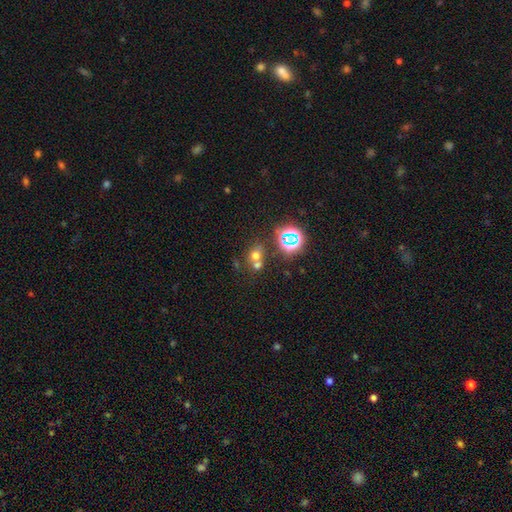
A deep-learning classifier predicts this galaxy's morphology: Overall: smooth (57%; star or artifact 30%). How rounded: round (72%). Merging: none (45%; merger 43%).